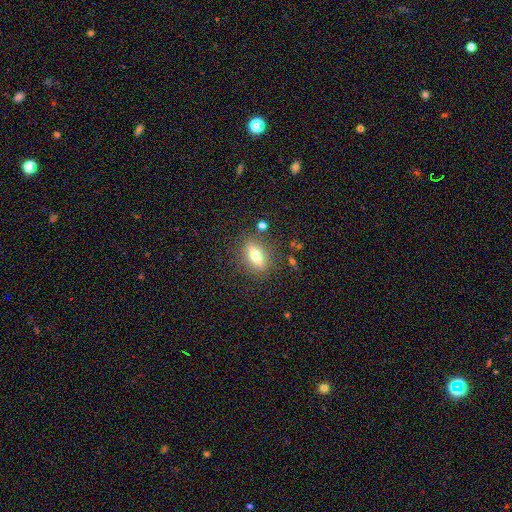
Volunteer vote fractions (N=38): Smooth or featured: smooth — 68% (featured or disk — 26%)
How rounded: in between — 73% (cigar-shaped — 15%)
Merging: none — 86% (minor disturbance — 6%)